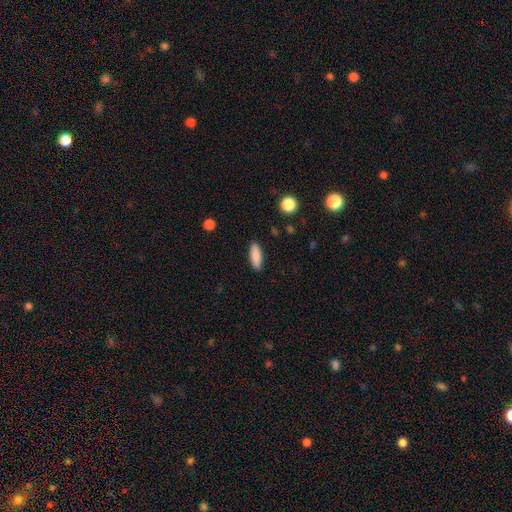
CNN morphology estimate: A smooth galaxy with no disk features (88%) that is in between round and cigar-shaped (65%). Merging: none (89%).